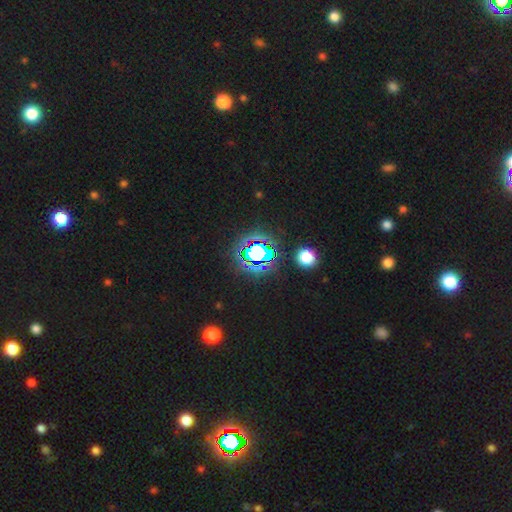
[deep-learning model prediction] Morphology: type=star or artifact (76%).